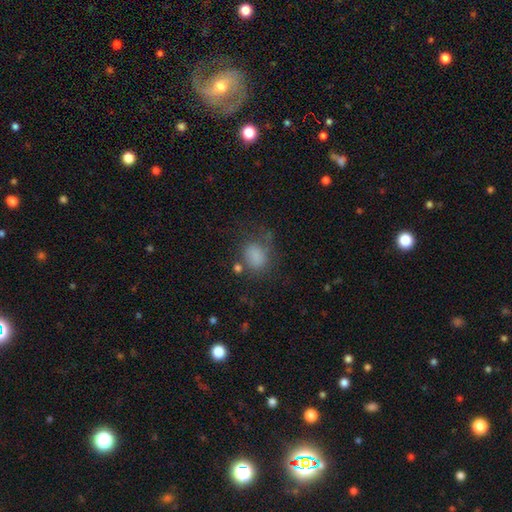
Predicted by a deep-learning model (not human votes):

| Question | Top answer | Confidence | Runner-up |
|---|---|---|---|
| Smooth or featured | smooth | 76% | star or artifact (12%) |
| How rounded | in between | 51% | round (48%) |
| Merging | none | 45% | minor disturbance (25%) |